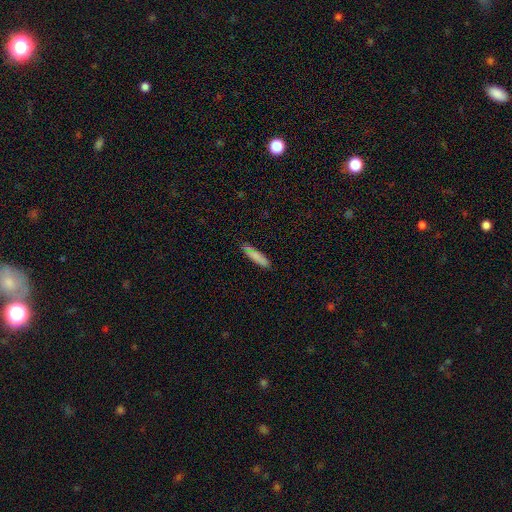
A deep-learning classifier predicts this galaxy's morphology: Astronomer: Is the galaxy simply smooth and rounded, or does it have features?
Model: smooth — 82%.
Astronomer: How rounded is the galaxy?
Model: cigar-shaped — 78%.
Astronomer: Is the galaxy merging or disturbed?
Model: none — 81%.